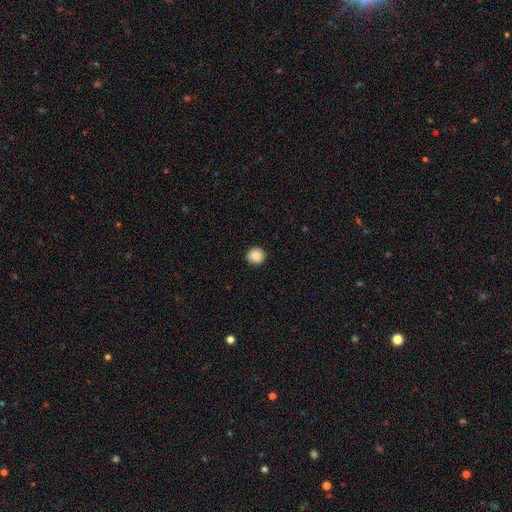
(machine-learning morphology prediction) This appears to be a smooth galaxy with no disk features (88%) that is round (93%). Merging: none (92%).